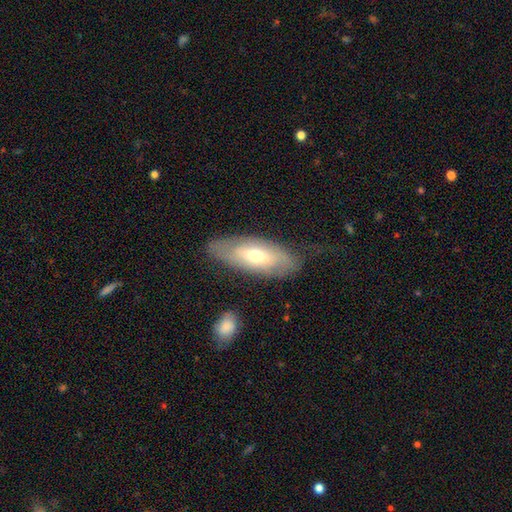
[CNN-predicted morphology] This appears to be a smooth galaxy with no disk features (47%). Merging: none (68%).